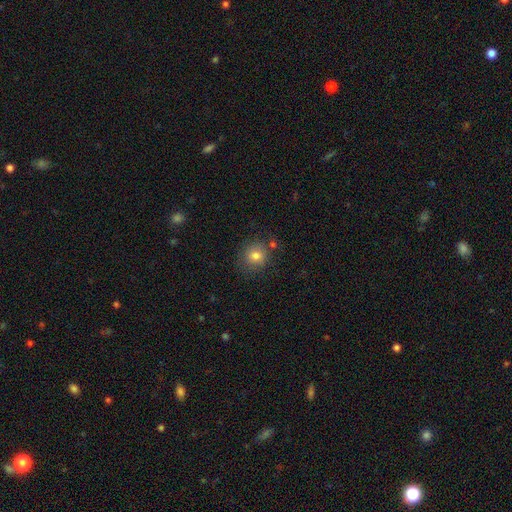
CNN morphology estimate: This appears to be a smooth galaxy with no disk features (80%) that is round (83%). Merging: none (77%).